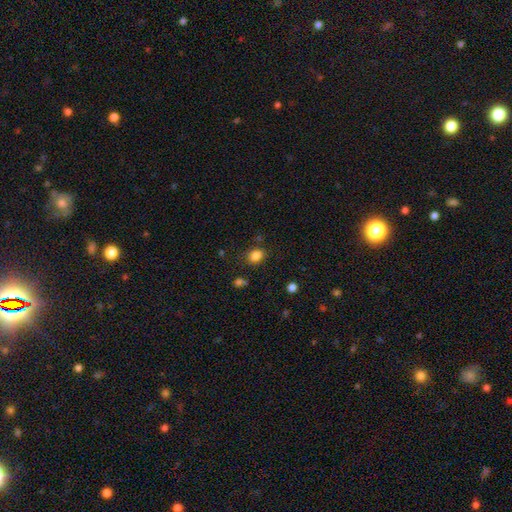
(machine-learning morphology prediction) A smooth galaxy with no disk features (84%) that is round (50%). Merging: none (80%).